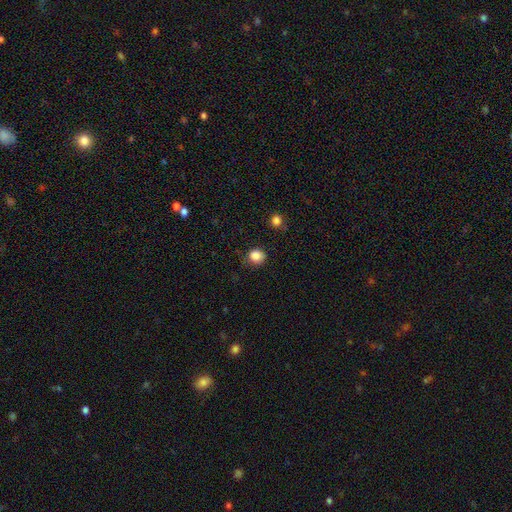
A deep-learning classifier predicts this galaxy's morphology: This appears to be a smooth galaxy with no disk features (85%) that is round (77%). Merging: none (75%).